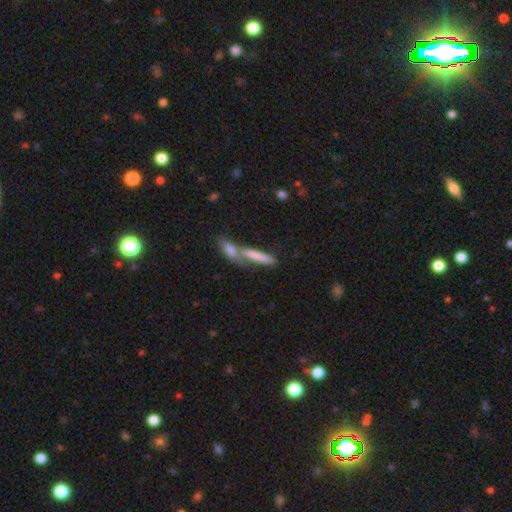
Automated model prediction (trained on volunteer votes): Smooth or featured? Predicted: smooth (p=0.71). How rounded? Predicted: cigar-shaped (p=0.80). Merging? Predicted: merger (p=0.47).